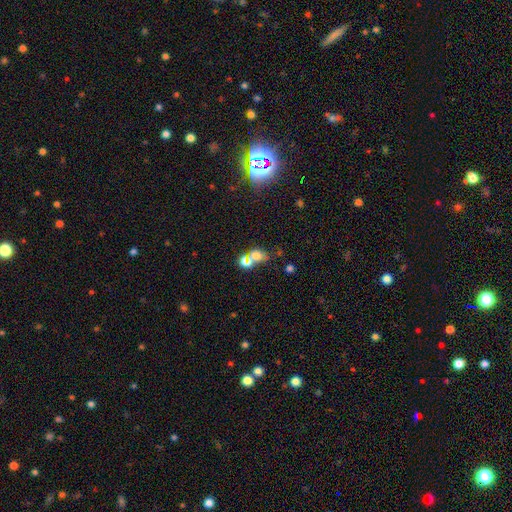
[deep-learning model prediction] Smooth or featured: smooth — 63% (star or artifact — 20%)
How rounded: in between — 61% (round — 37%)
Merging: merger — 49% (none — 34%)